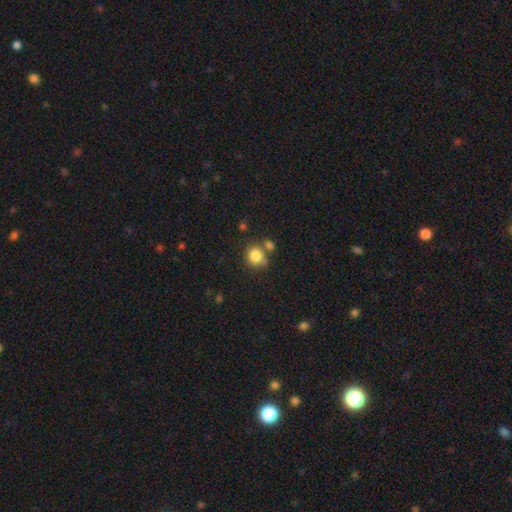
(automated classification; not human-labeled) smooth_or_featured: smooth (p=0.83) [alt: star or artifact p=0.10]
how_rounded: round (p=0.78) [alt: in between p=0.21]
merging: none (p=0.59) [alt: merger p=0.21]